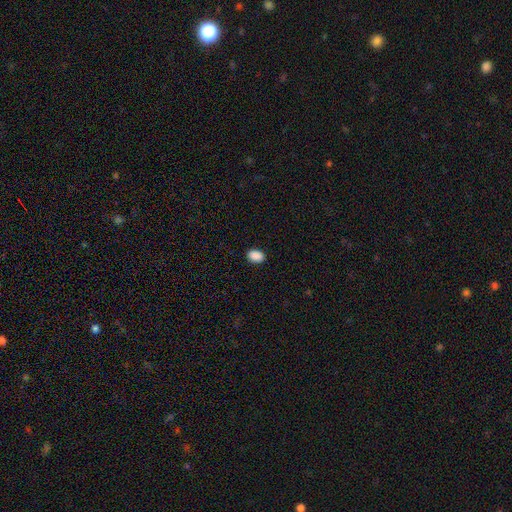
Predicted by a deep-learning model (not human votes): Overall: smooth (90%). How rounded: in between (84%). Merging: none (90%).